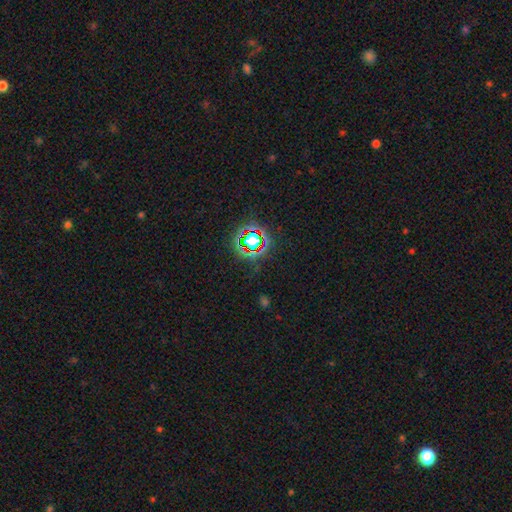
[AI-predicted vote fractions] Overall: star or artifact (78%).